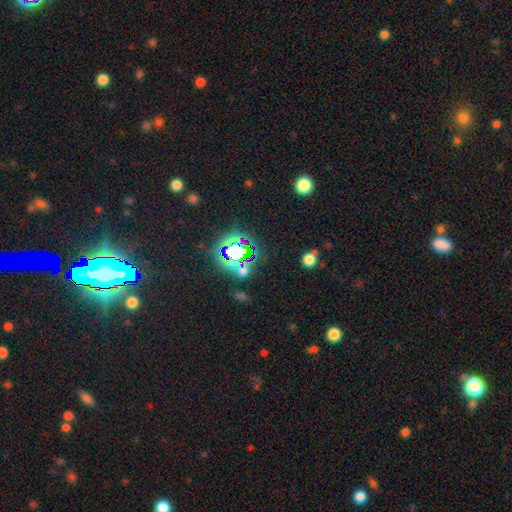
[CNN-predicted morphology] Smooth or featured: star or artifact — 80% (smooth — 13%)